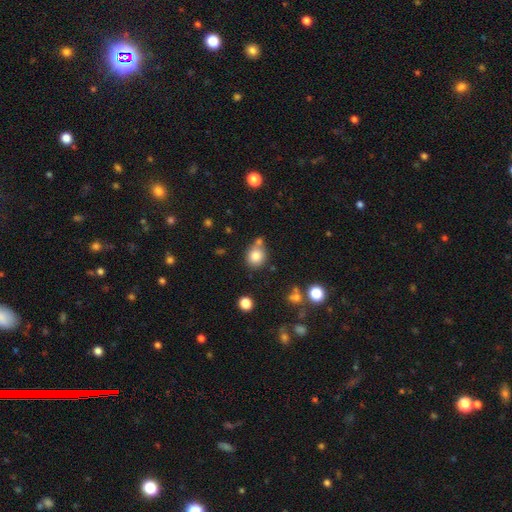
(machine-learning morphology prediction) smooth_or_featured: smooth (p=0.82) [alt: star or artifact p=0.11]
how_rounded: round (p=0.79) [alt: in between p=0.20]
merging: none (p=0.63) [alt: merger p=0.19]